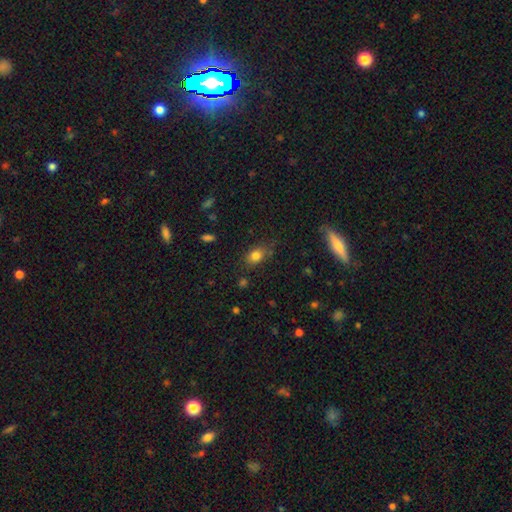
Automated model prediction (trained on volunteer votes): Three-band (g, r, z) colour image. It shows a smooth galaxy with no disk features (80%) that is in between round and cigar-shaped (73%). Merging: none (71%).